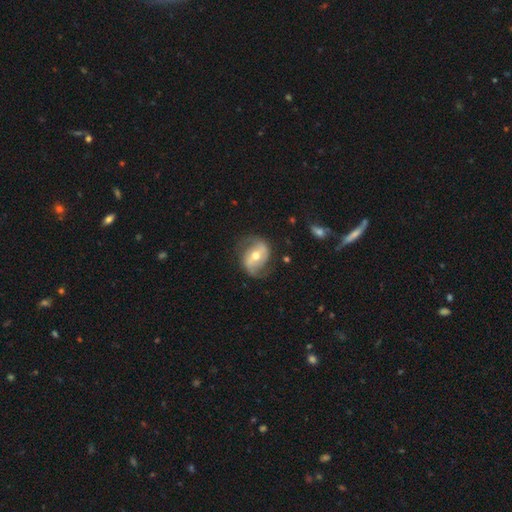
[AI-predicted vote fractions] Smooth or featured? featured or disk (75%)
Edge-on disk? no (96%)
Bar? weak (40%)
Spiral arms? yes (87%)
Spiral winding? loose (44%)
Spiral arm count? 2 (88%)
Bulge size? moderate (72%)
Merging? none (72%)